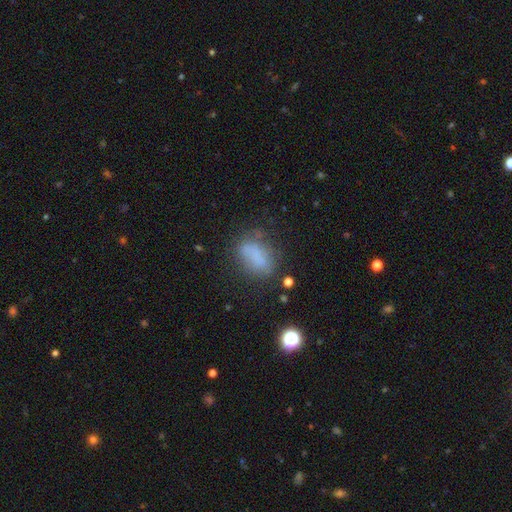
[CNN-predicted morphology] Q: Smooth or featured?
A: smooth (66%); runner-up: featured or disk (20%)
Q: How rounded?
A: in between (79%); runner-up: round (11%)
Q: Merging?
A: none (55%); runner-up: minor disturbance (23%)